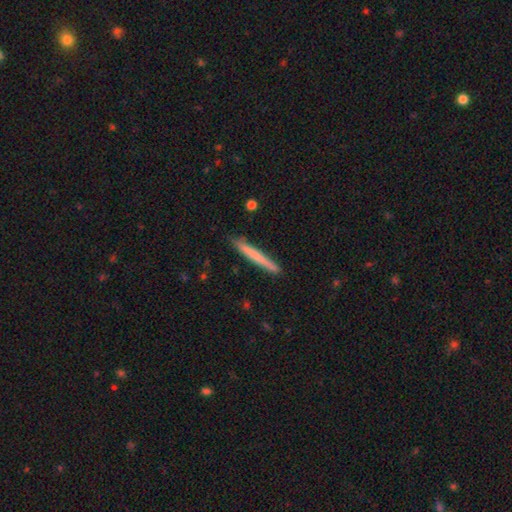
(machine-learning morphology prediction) smooth-or-featured: smooth: 66% | featured or disk: 29% | star or artifact: 5%
  how-rounded: cigar-shaped: 97% | in between: 2% | round: 1%
  merging: none: 88% | minor disturbance: 9% | major disturbance: 1% | merger: 1%